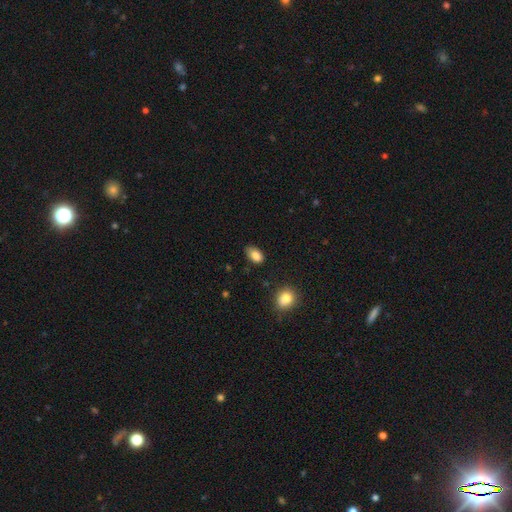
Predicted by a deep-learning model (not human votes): smooth 85%, star or artifact 9%, featured or disk 6%. Down the decision tree: how rounded — in between (89%); merging — none (68%).